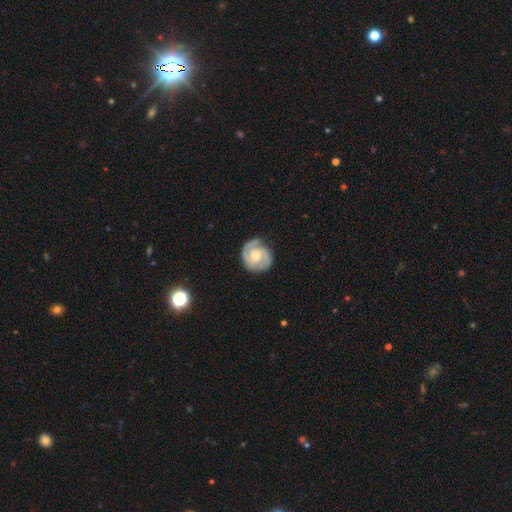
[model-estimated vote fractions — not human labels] A featured or disk galaxy (83%) with no bar (66%), 2 (72%) tight (59%) spiral arms (97%) and a moderate central bulge (53%).

Vote fractions:
- Smooth or featured? featured or disk: 83% / smooth: 12% / star or artifact: 5%
- Edge-on disk? no: 98% / yes: 2%
- Bar? no: 66% / weak: 29% / strong: 5%
- Spiral arms? yes: 97% / no: 3%
- Spiral winding? tight: 59% / medium: 35% / loose: 7%
- Spiral arm count? 2: 72% / 3: 11% / can't tell: 8% / 1: 5% / 4: 2% / more than 4: 2%
- Bulge size? moderate: 53% / small: 31% / large: 9% / none: 6% / dominant: 1%
- Merging? none: 77% / minor disturbance: 17% / major disturbance: 5% / merger: 1%